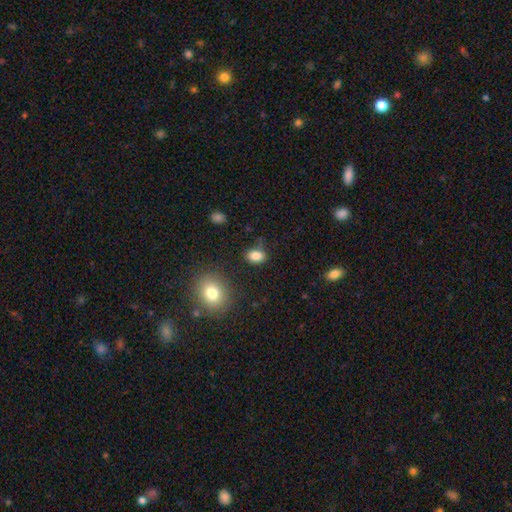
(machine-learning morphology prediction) Smooth or featured? smooth (85%)
How rounded? in between (77%)
Merging? none (75%)